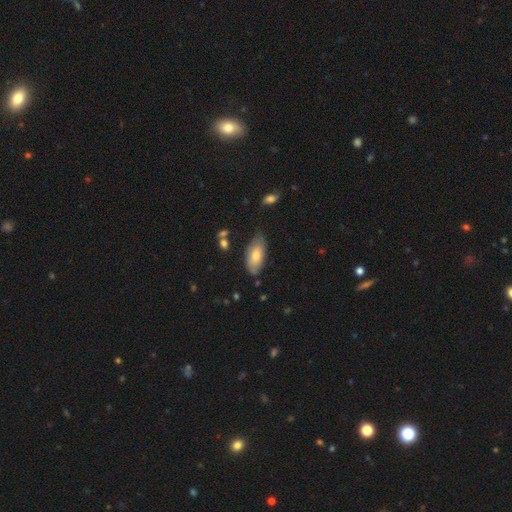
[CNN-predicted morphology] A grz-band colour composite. It shows a smooth galaxy with no disk features (72%) that is in between round and cigar-shaped (90%). Merging: none (71%).